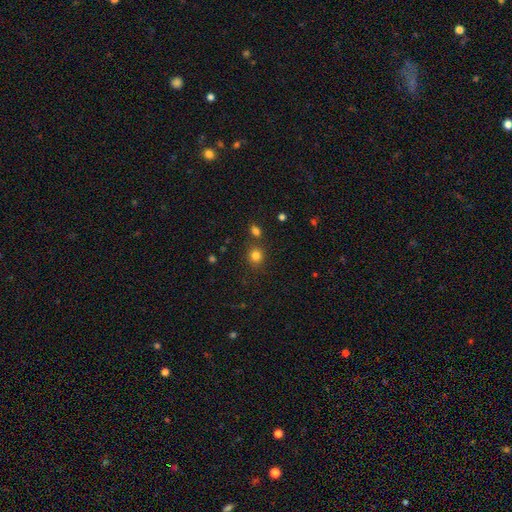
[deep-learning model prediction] A smooth galaxy with no disk features (80%) that is round (84%).

Vote fractions:
- Smooth or featured? smooth: 80% / star or artifact: 14% / featured or disk: 6%
- How rounded? round: 84% / in between: 15% / cigar-shaped: 1%
- Merging? none: 78% / merger: 10% / minor disturbance: 9% / major disturbance: 3%